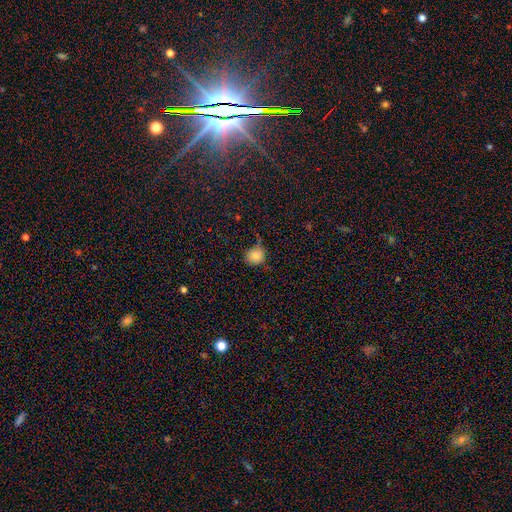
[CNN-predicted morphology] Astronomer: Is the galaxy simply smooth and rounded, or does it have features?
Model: smooth — 84%.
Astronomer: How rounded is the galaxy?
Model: round — 86%.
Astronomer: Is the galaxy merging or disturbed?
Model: none — 68%.